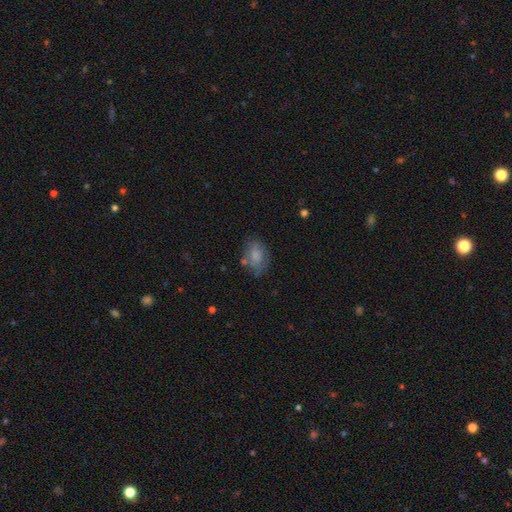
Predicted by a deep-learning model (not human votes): Smooth or featured: smooth — 73% (featured or disk — 19%)
How rounded: in between — 76% (round — 23%)
Merging: none — 59% (minor disturbance — 25%)